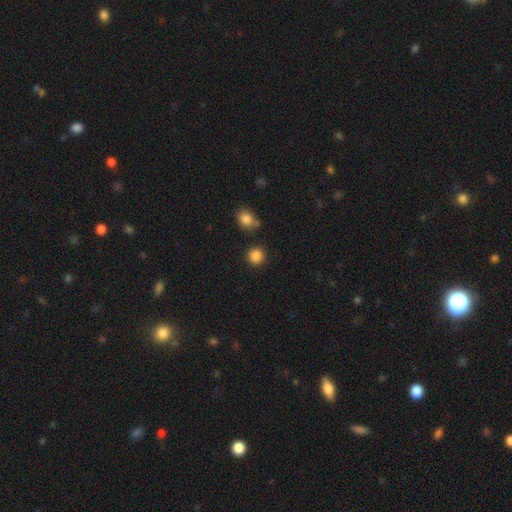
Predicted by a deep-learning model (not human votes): Overall: smooth (86%). How rounded: round (91%). Merging: none (86%).